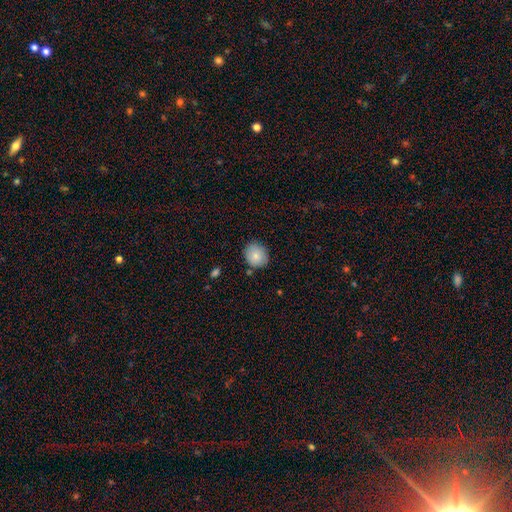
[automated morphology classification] A smooth galaxy with no disk features (82%) that is round (70%). Merging: none (81%).